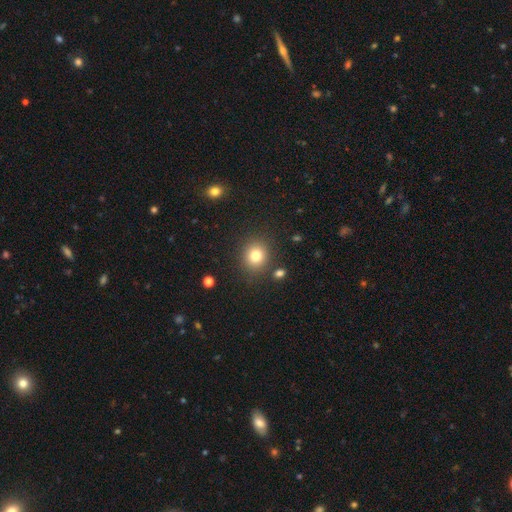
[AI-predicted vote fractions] This appears to be a smooth galaxy with no disk features (81%) that is round (79%). Merging: none (85%).